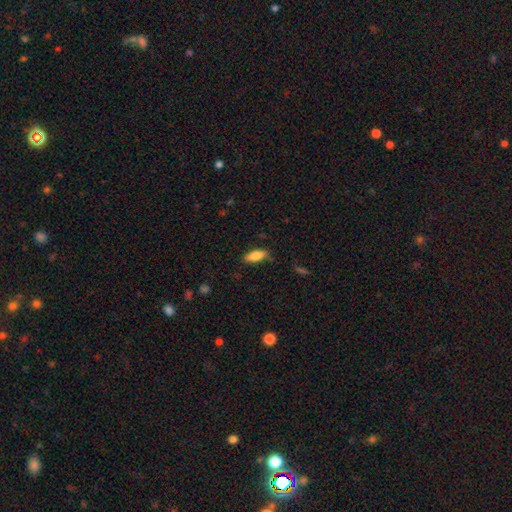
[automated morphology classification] This is clearly a smooth galaxy (82%). How rounded: likely in between (75%). Merging: clearly none (80%).